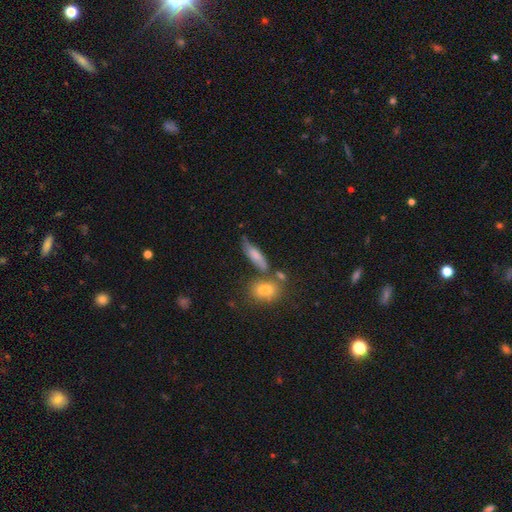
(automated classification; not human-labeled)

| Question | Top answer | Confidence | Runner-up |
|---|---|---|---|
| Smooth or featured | smooth | 65% | featured or disk (25%) |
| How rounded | cigar-shaped | 49% | in between (46%) |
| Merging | none | 56% | minor disturbance (22%) |